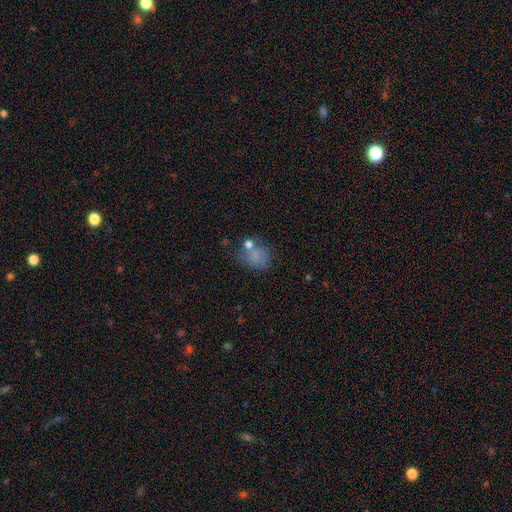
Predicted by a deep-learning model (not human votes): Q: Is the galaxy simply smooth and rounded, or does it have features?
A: smooth — 71%.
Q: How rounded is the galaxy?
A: round — 63%.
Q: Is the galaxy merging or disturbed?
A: none — 47%.